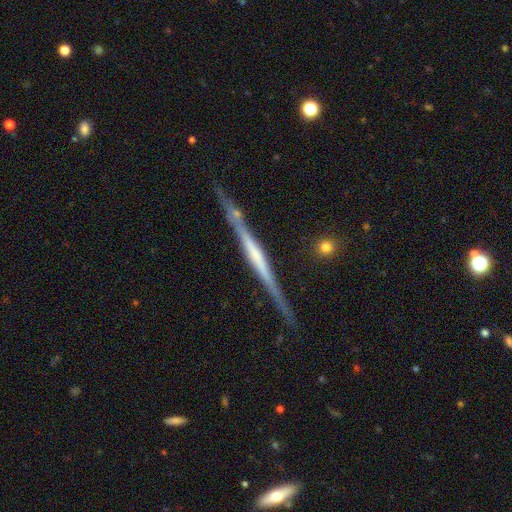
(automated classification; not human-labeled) smooth-or-featured: featured or disk: 79% | smooth: 15% | star or artifact: 6%
  disk-edge-on: yes: 98% | no: 2%
    edge-on-bulge: none: 52% | rounded: 26% | boxy: 22%
  merging: none: 85% | minor disturbance: 10% | merger: 2% | major disturbance: 2%